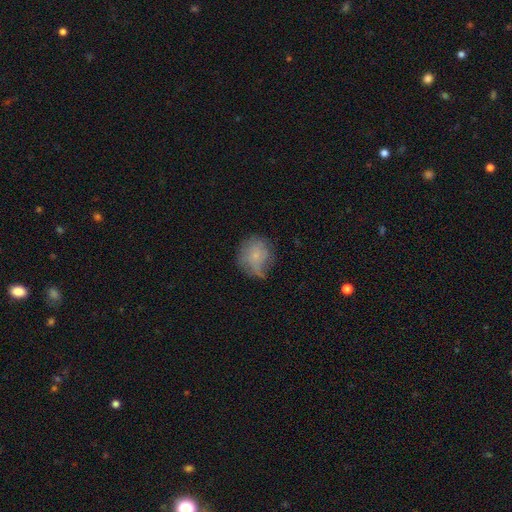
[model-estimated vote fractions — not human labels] smooth-or-featured: smooth: 60% | featured or disk: 30% | star or artifact: 10%
  how-rounded: round: 78% | in between: 21% | cigar-shaped: 1%
  merging: none: 49% | minor disturbance: 33% | major disturbance: 16% | merger: 2%